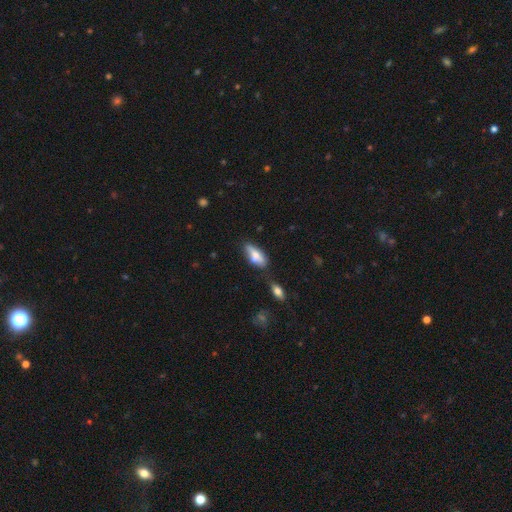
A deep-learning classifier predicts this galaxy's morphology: type=smooth (66%); roundness=in between (72%); merging=none (60%).